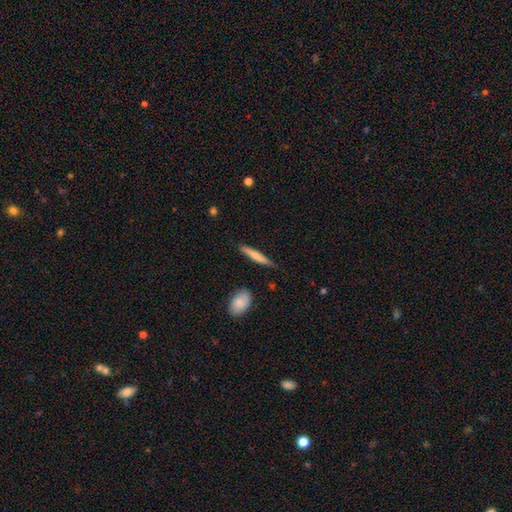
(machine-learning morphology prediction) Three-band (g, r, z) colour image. It shows a smooth galaxy with no disk features (66%) that is cigar-shaped (90%). Merging: none (81%).